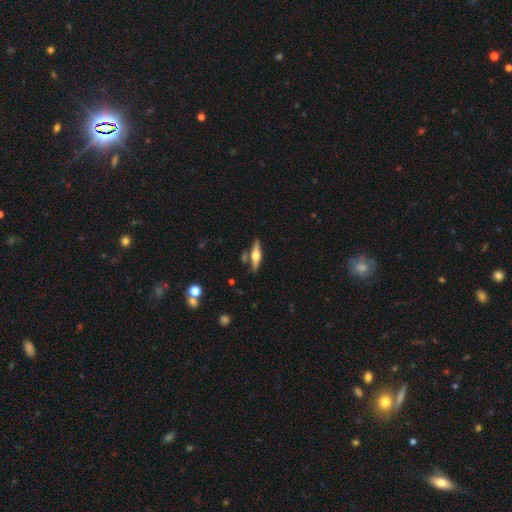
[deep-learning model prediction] featured or disk 69%, smooth 25%, star or artifact 6%. Down the decision tree: edge-on disk — yes (96%); edge-on bulge — rounded (94%); merging — none (80%).